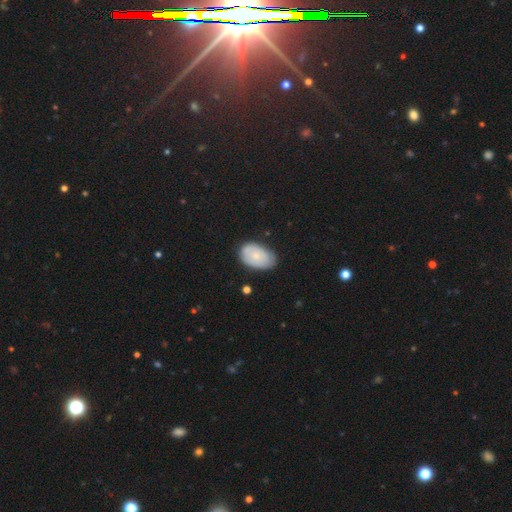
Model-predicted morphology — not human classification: Overall: smooth (72%). How rounded: in between (91%). Merging: none (68%).